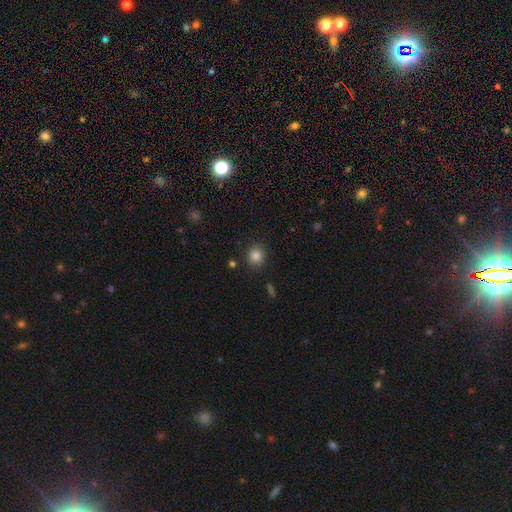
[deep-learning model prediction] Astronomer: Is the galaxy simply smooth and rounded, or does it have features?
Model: smooth — 83%.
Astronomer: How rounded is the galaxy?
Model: round — 85%.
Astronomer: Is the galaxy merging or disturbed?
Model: none — 88%.